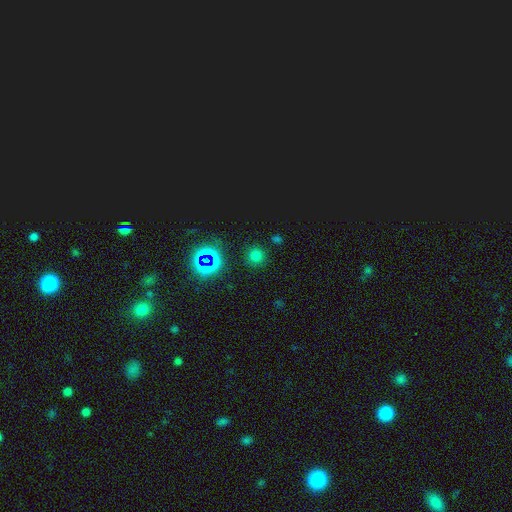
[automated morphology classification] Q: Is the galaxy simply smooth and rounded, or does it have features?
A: smooth — 64%.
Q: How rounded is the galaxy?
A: round — 93%.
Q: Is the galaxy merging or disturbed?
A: none — 88%.